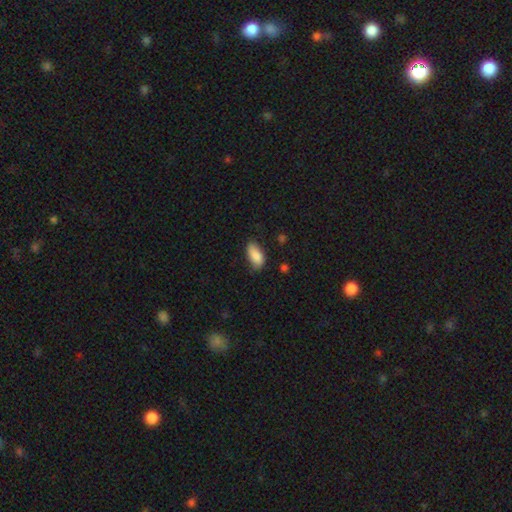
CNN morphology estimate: This appears to be a smooth galaxy with no disk features (86%) that is in between round and cigar-shaped (91%). Merging: none (64%).